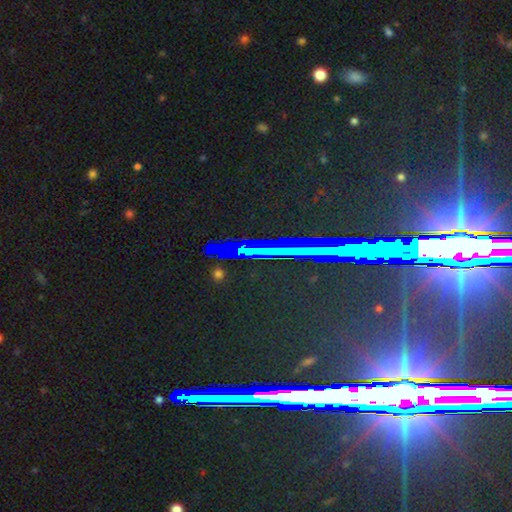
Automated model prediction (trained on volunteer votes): Overall: star or artifact (83%).